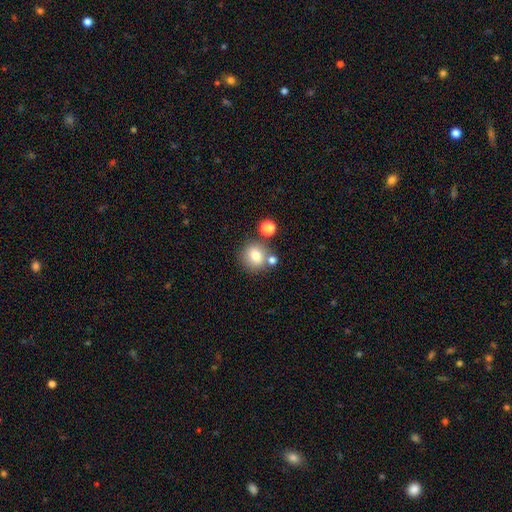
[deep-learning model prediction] A smooth galaxy with no disk features (78%) that is round (84%). Merging: none (68%).